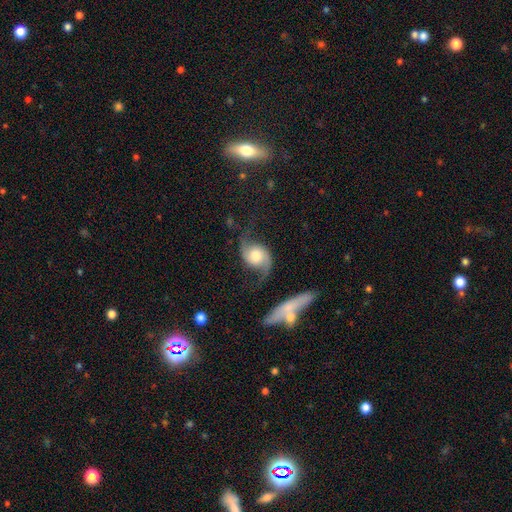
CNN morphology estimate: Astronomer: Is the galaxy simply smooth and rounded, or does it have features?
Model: featured or disk — 82%.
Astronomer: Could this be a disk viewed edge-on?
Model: no — 97%.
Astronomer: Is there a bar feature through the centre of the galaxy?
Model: no — 69%.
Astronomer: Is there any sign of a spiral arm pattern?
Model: yes — 96%.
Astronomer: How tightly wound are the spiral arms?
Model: loose — 66%.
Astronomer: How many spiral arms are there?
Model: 2 — 92%.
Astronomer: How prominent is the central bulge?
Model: moderate — 60%.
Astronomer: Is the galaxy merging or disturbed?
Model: none — 64%.